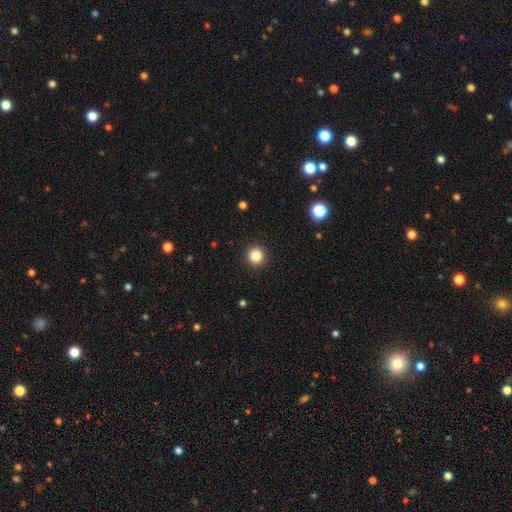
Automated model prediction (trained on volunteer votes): smooth 85%, star or artifact 11%, featured or disk 4%. Down the decision tree: how rounded — round (95%); merging — none (93%).